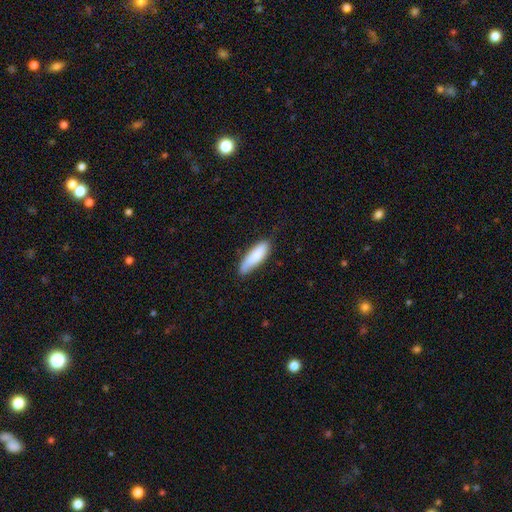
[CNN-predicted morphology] Smooth or featured? smooth (81%)
How rounded? cigar-shaped (54%)
Merging? none (70%)